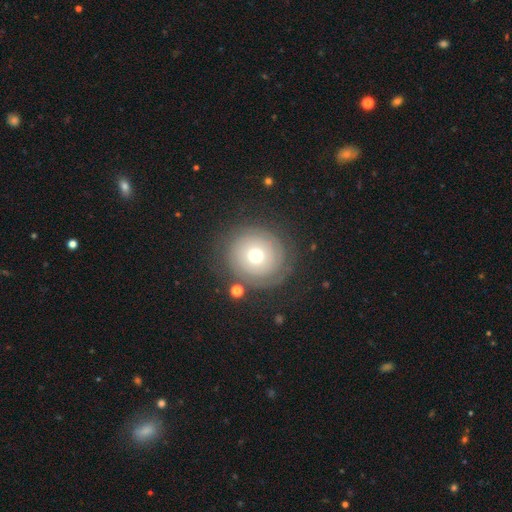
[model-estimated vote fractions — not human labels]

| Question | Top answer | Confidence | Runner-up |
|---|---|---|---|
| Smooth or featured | featured or disk | 50% | smooth (40%) |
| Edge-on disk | no | 96% | yes (4%) |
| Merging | none | 76% | minor disturbance (13%) |